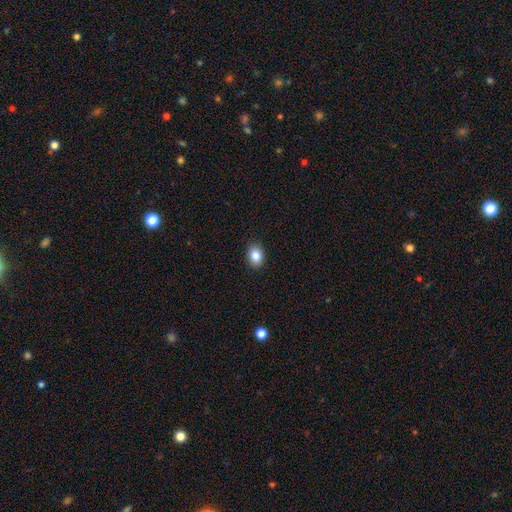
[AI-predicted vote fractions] Smooth or featured? smooth (86%)
How rounded? in between (71%)
Merging? none (89%)